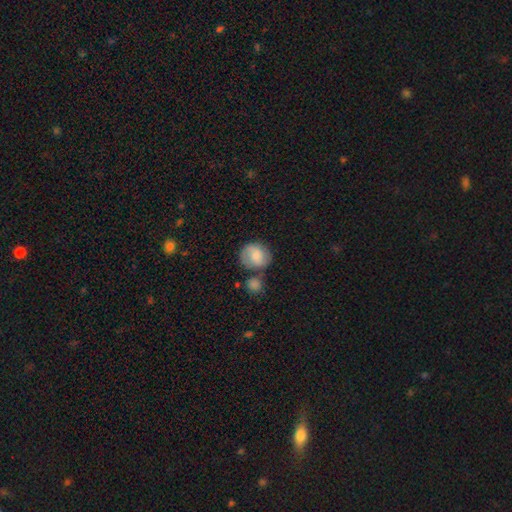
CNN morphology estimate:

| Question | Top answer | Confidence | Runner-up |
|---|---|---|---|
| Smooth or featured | smooth | 65% | featured or disk (28%) |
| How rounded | round | 76% | in between (23%) |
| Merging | none | 53% | merger (19%) |